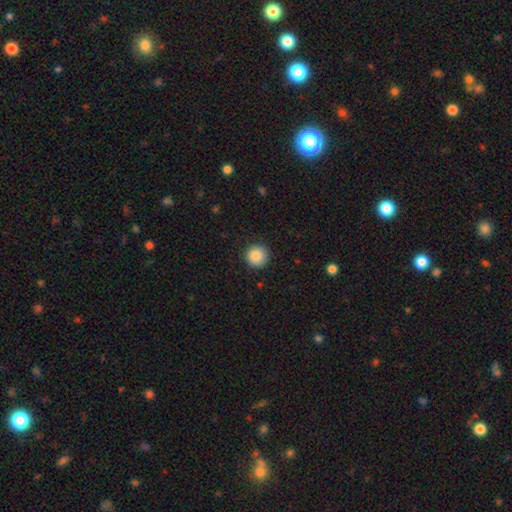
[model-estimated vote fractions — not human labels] smooth_or_featured: smooth (p=0.87) [alt: star or artifact p=0.09]
how_rounded: round (p=0.95) [alt: in between p=0.04]
merging: none (p=0.89) [alt: minor disturbance p=0.08]